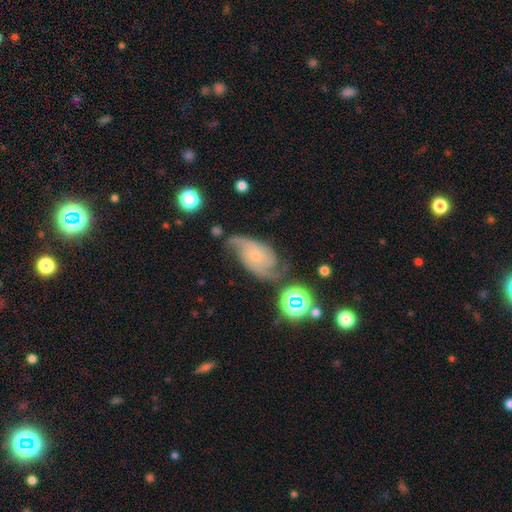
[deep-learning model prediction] smooth-or-featured: featured or disk: 83% | smooth: 9% | star or artifact: 8%
  disk-edge-on: no: 96% | yes: 4%
    bar: no: 73% | weak: 22% | strong: 5%
    has-spiral-arms: yes: 97% | no: 3%
      spiral-winding: medium: 46% | tight: 27% | loose: 27%
      spiral-arm-count: 2: 76% | 3: 9% | can't tell: 8% | 4: 3% | 1: 3% | more than 4: 2%
    bulge-size: small: 75% | moderate: 18% | none: 4% | large: 1% | dominant: 1%
  merging: none: 61% | minor disturbance: 24% | major disturbance: 11% | merger: 4%